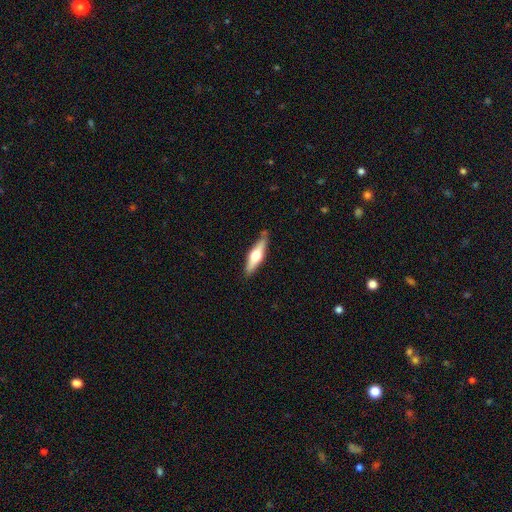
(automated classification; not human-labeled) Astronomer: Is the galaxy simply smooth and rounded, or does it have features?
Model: featured or disk — 54% (runner-up: smooth, 41%).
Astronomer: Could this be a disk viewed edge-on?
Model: yes — 93%.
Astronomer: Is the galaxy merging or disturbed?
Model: none — 83%.